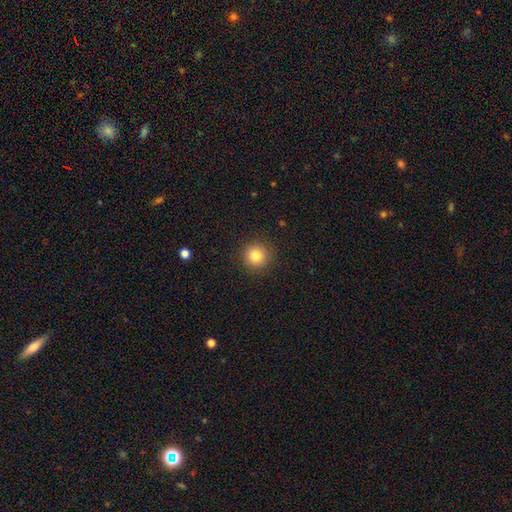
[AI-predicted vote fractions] A smooth galaxy with no disk features (83%) that is round (94%). Merging: none (91%).